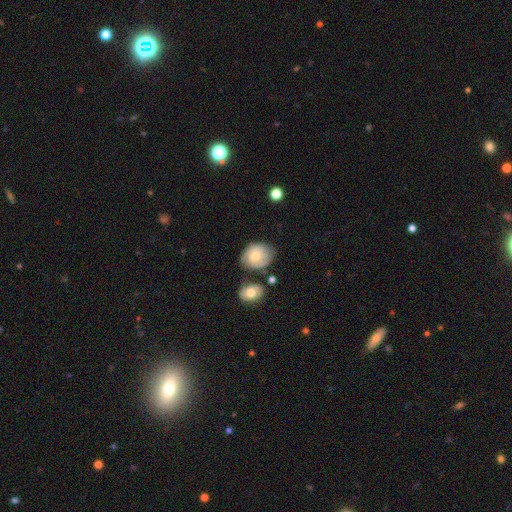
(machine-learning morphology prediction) Smooth or featured? smooth (60%)
How rounded? in between (52%)
Merging? none (53%)